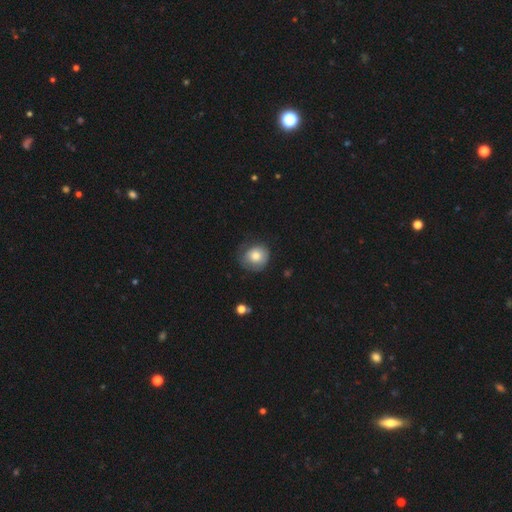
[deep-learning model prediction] Overall: smooth (74%). How rounded: round (82%). Merging: none (61%; minor disturbance 27%).